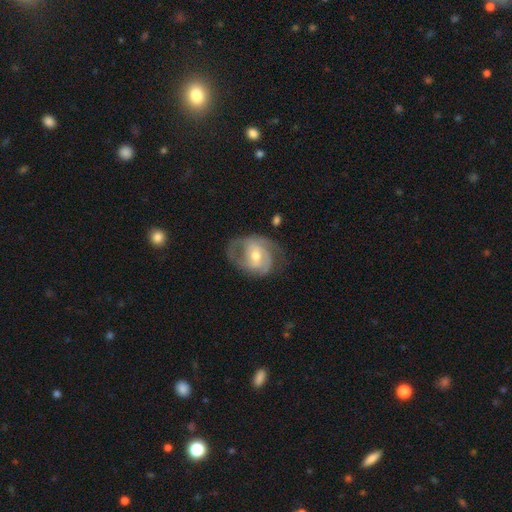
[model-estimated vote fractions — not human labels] smooth_or_featured: featured or disk (p=0.80) [alt: smooth p=0.15]
disk_edge_on: no (p=0.97) [alt: yes p=0.03]
bar: no (p=0.48) [alt: weak p=0.40]
has_spiral_arms: yes (p=0.91) [alt: no p=0.09]
spiral_winding: medium (p=0.43) [alt: tight p=0.42]
spiral_arm_count: 2 (p=0.57) [alt: can't tell p=0.18]
bulge_size: moderate (p=0.64) [alt: small p=0.31]
merging: none (p=0.59) [alt: minor disturbance p=0.23]